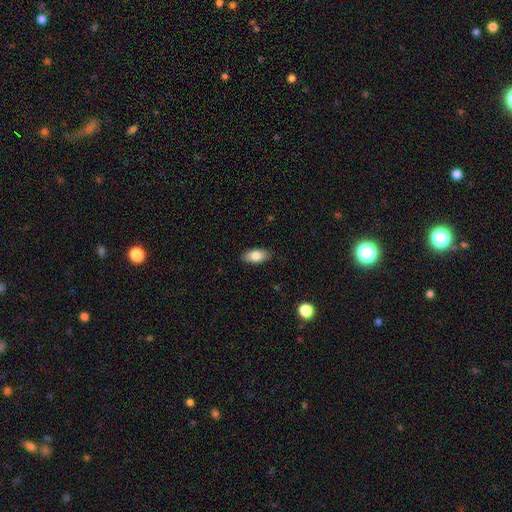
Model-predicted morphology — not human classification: smooth_or_featured: smooth (p=0.82) [alt: featured or disk p=0.11]
how_rounded: in between (p=0.92) [alt: cigar-shaped p=0.05]
merging: none (p=0.87) [alt: minor disturbance p=0.10]